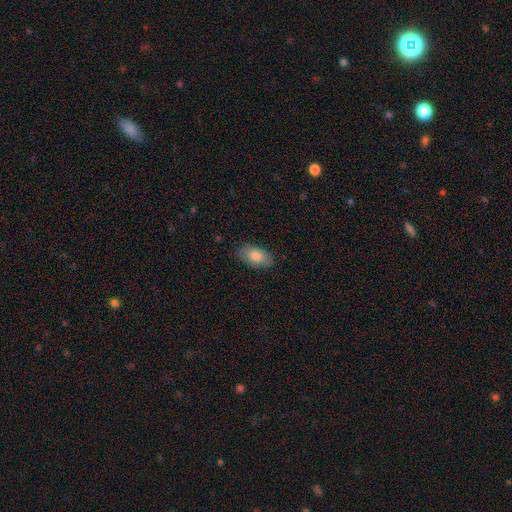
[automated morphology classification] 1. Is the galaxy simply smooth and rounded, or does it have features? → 82% smooth, 11% featured or disk, 7% star or artifact.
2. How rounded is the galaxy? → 93% in between, 4% round, 3% cigar-shaped.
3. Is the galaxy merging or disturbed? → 84% none, 13% minor disturbance, 3% major disturbance, 1% merger.